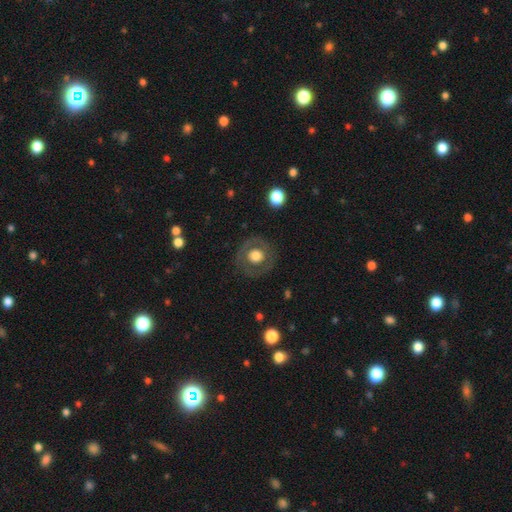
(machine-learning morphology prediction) Smooth or featured?
  - smooth: 53% *
  - featured or disk: 40%
  - star or artifact: 7%
How rounded?
  - round: 90% *
  - in between: 9%
  - cigar-shaped: 1%
Merging?
  - none: 82% *
  - minor disturbance: 11%
  - major disturbance: 7%
  - merger: 1%